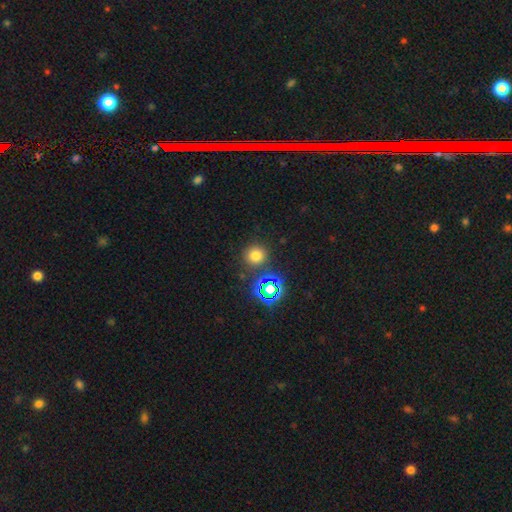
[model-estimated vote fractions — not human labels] Smooth or featured? Predicted: smooth (p=0.70). How rounded? Predicted: round (p=0.93). Merging? Predicted: none (p=0.85).